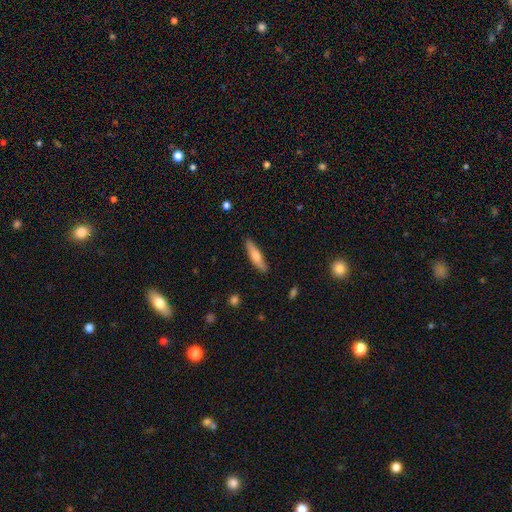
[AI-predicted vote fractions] Smooth or featured? smooth (63%)
How rounded? cigar-shaped (80%)
Merging? none (88%)